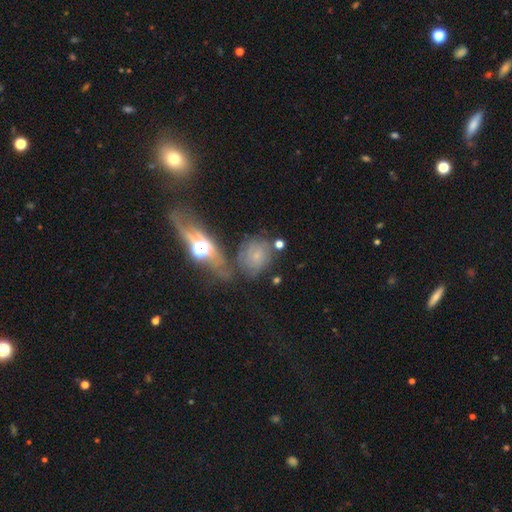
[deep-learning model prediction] Morphology: type=featured or disk (41%); merging=none (58%).